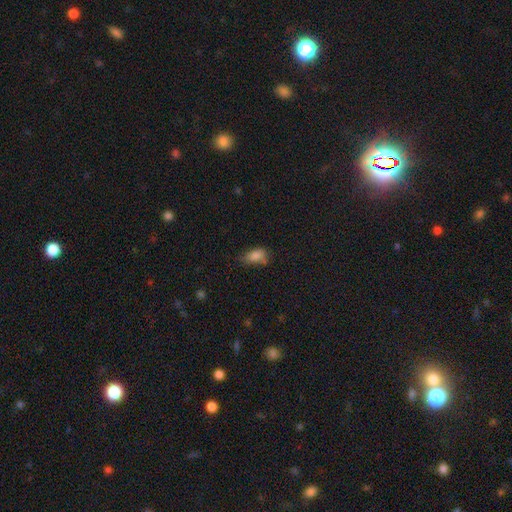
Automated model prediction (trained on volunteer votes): The model was most divided on "merging": none: 52%, minor disturbance: 32%, major disturbance: 10%, merger: 6%. More confident: how rounded — in between (88%); smooth or featured — smooth (82%).